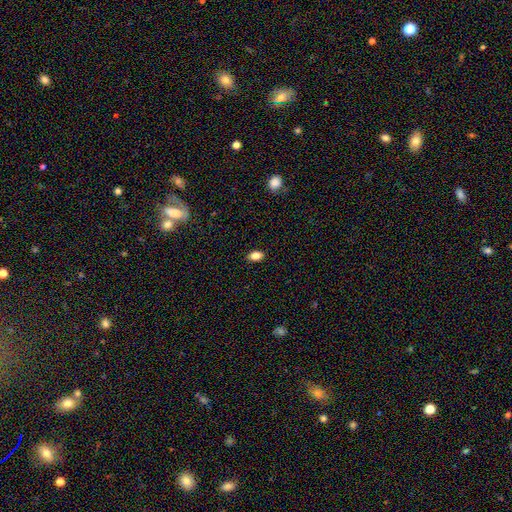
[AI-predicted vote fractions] Overall: smooth (85%). How rounded: in between (87%). Merging: none (89%).